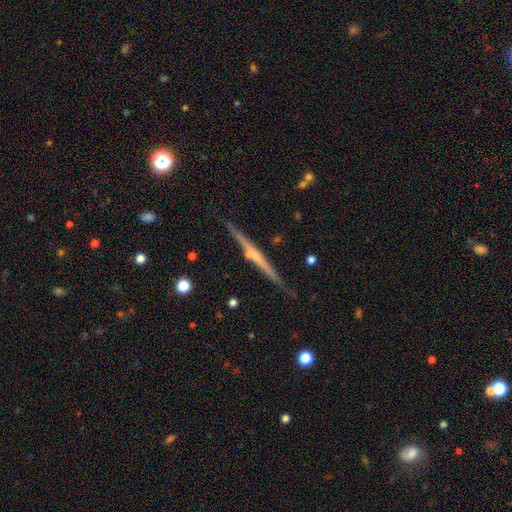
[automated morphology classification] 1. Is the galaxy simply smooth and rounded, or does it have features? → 81% featured or disk, 12% smooth, 7% star or artifact.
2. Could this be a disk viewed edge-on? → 98% yes, 2% no.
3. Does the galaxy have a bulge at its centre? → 75% rounded, 17% none, 8% boxy.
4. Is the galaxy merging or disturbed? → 91% none, 6% minor disturbance, 2% merger, 2% major disturbance.